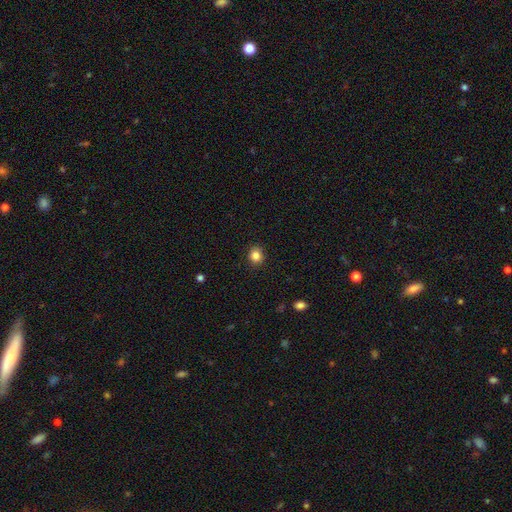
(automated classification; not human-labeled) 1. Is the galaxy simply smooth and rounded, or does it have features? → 84% smooth, 11% star or artifact, 4% featured or disk.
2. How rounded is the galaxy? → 82% round, 17% in between, 1% cigar-shaped.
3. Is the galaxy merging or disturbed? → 91% none, 6% minor disturbance, 2% major disturbance, 1% merger.